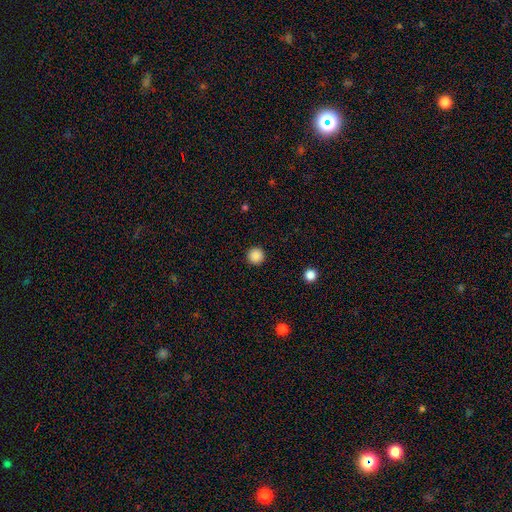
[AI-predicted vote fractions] Smooth or featured: smooth — 88% (star or artifact — 10%)
How rounded: round — 96% (in between — 3%)
Merging: none — 94% (minor disturbance — 4%)